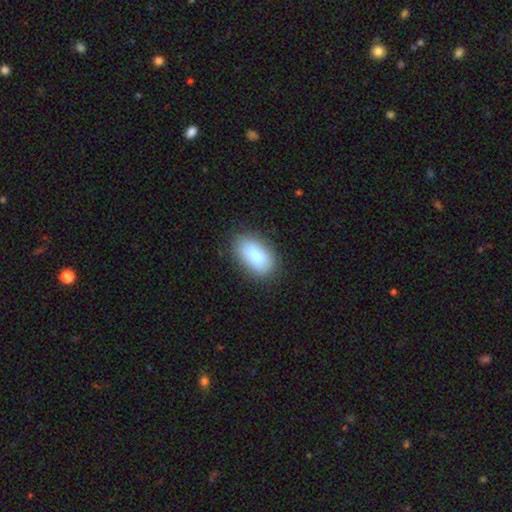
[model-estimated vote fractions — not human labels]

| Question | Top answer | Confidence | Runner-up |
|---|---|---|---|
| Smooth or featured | smooth | 83% | featured or disk (10%) |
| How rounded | in between | 92% | round (7%) |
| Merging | none | 83% | minor disturbance (13%) |